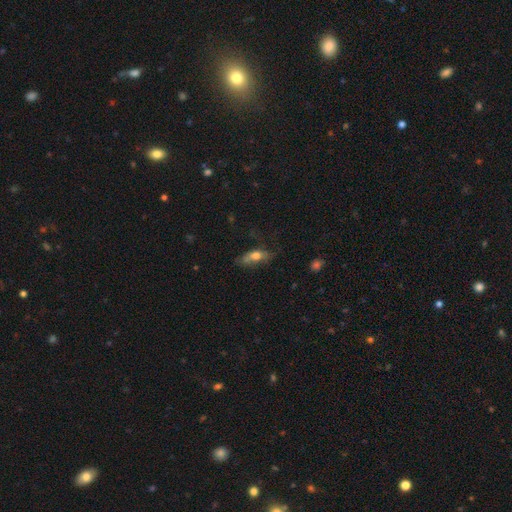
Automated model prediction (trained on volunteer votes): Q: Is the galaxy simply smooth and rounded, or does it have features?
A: smooth — 63%.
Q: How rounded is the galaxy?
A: in between — 66%.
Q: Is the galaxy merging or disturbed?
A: none — 52%.